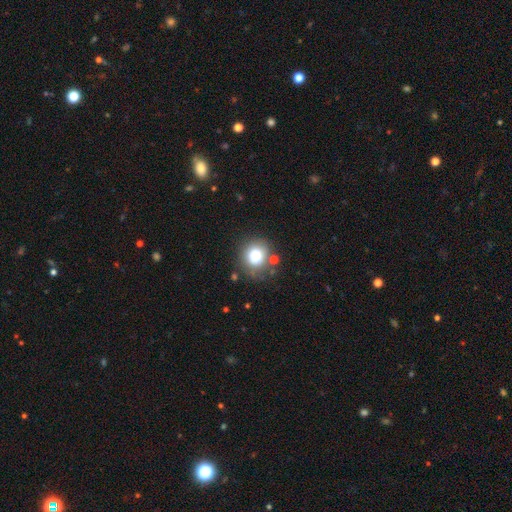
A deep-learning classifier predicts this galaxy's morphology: A smooth galaxy with no disk features (75%) that is round (85%).

Vote fractions:
- Smooth or featured? smooth: 75% / featured or disk: 14% / star or artifact: 11%
- How rounded? round: 85% / in between: 14% / cigar-shaped: 1%
- Merging? none: 72% / minor disturbance: 15% / merger: 7% / major disturbance: 6%